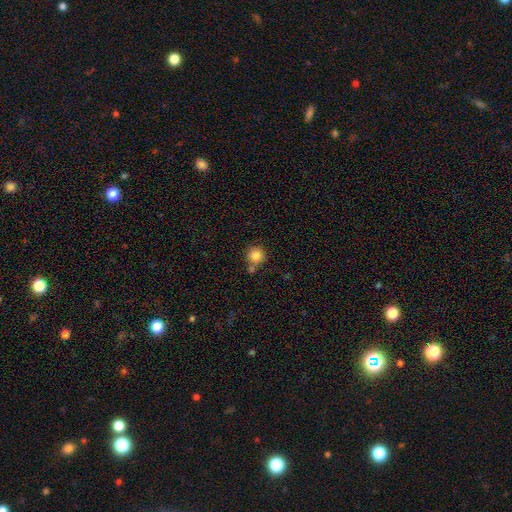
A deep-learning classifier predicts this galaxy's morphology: A smooth galaxy with no disk features (83%) that is round (94%).

Vote fractions:
- Smooth or featured? smooth: 83% / star or artifact: 10% / featured or disk: 6%
- How rounded? round: 94% / in between: 5% / cigar-shaped: 1%
- Merging? none: 69% / merger: 18% / minor disturbance: 10% / major disturbance: 3%